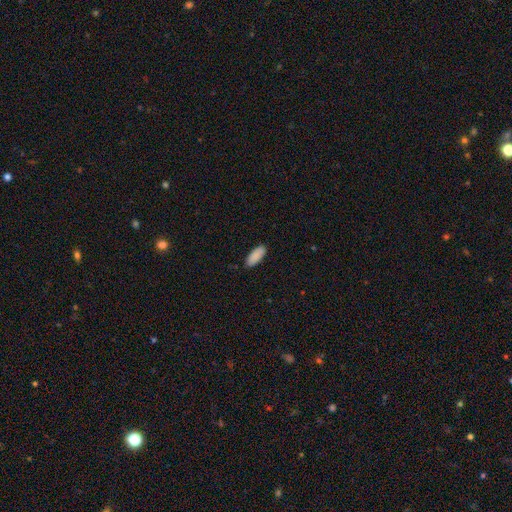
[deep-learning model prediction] Smooth or featured: smooth — 91% (star or artifact — 6%)
How rounded: in between — 76% (cigar-shaped — 22%)
Merging: none — 88% (minor disturbance — 9%)